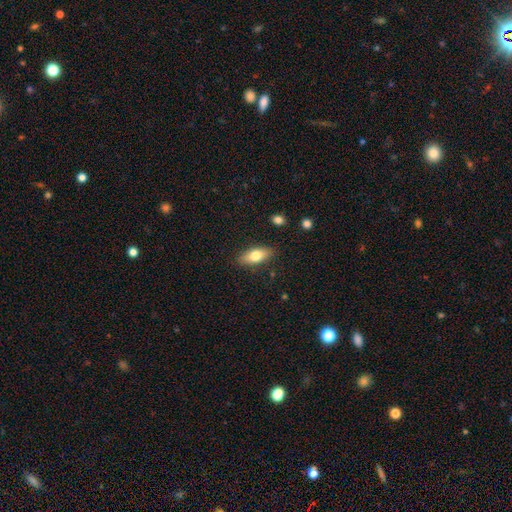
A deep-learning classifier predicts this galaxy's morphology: This is likely a smooth galaxy (74%). How rounded: likely in between (79%). Merging: clearly none (86%).